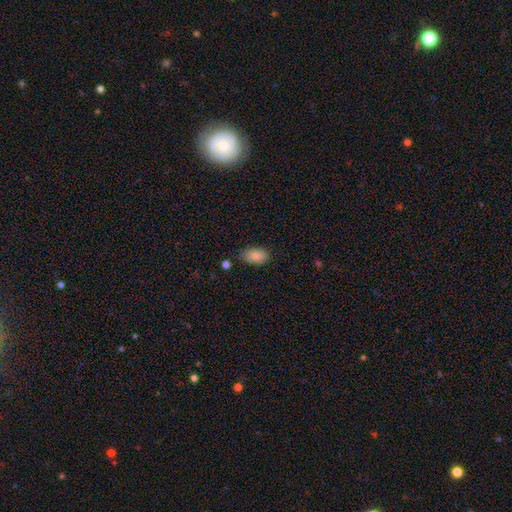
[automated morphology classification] Q: Smooth or featured?
A: smooth (85%); runner-up: star or artifact (8%)
Q: How rounded?
A: in between (91%); runner-up: round (7%)
Q: Merging?
A: none (75%); runner-up: minor disturbance (19%)